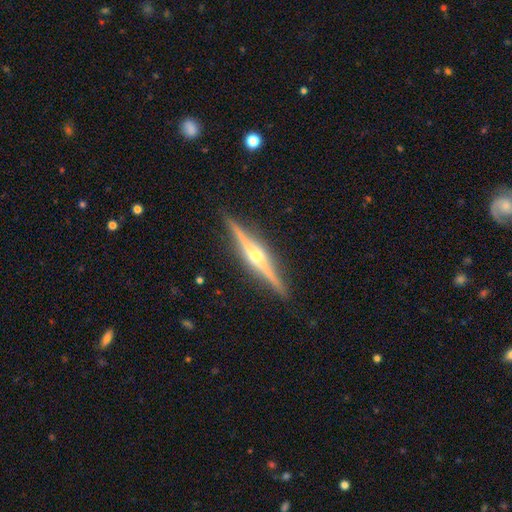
A featured or disk galaxy (89%) viewed edge-on (100%) with a rounded central bulge (91%).

Vote fractions:
- Smooth or featured? featured or disk: 89% / smooth: 11% / star or artifact: 0%
- Edge-on disk? yes: 100% / no: 0%
- Edge-on bulge? rounded: 91% / none: 9% / boxy: 0%
- Merging? none: 95% / minor disturbance: 5% / major disturbance: 0% / merger: 0%